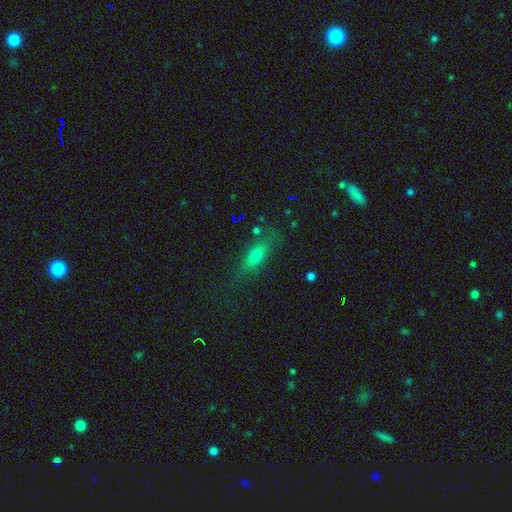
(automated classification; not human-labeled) Overall: smooth (61%; featured or disk 24%). How rounded: in between (59%; cigar-shaped 35%). Merging: none (75%).